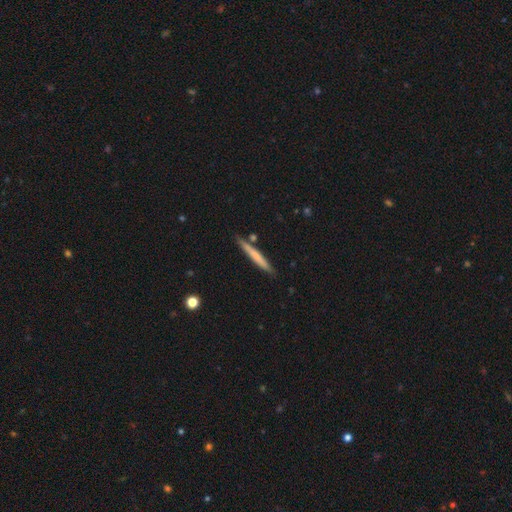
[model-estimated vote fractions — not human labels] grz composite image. It shows a smooth galaxy with no disk features (62%) that is cigar-shaped (96%). Merging: none (83%).